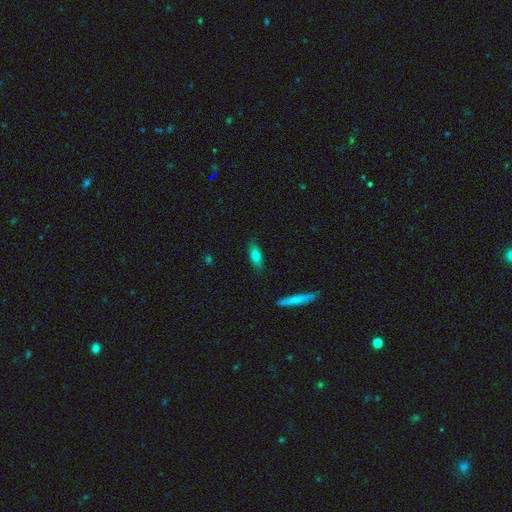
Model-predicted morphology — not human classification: smooth-or-featured: smooth: 70% | featured or disk: 23% | star or artifact: 8%
  how-rounded: in between: 62% | cigar-shaped: 35% | round: 3%
  merging: none: 86% | minor disturbance: 11% | major disturbance: 2% | merger: 2%